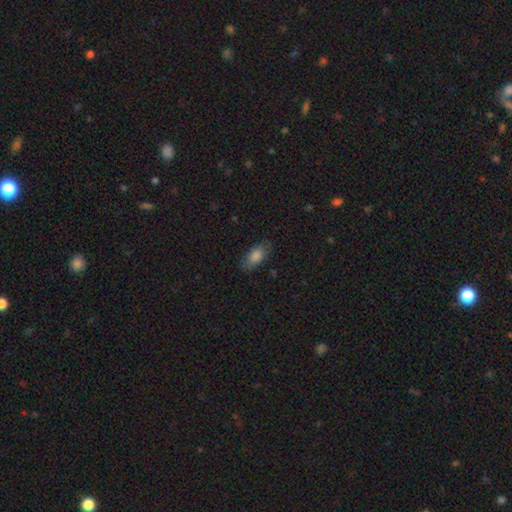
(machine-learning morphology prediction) Smooth or featured? smooth (82%)
How rounded? in between (88%)
Merging? none (80%)